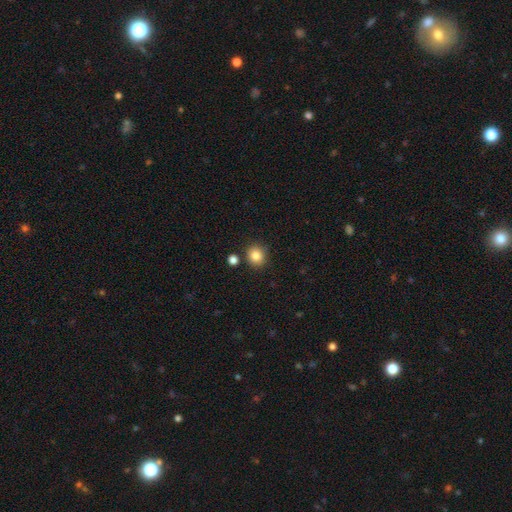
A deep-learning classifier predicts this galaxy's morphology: Q: Smooth or featured?
A: smooth (84%); runner-up: star or artifact (11%)
Q: How rounded?
A: round (88%); runner-up: in between (11%)
Q: Merging?
A: none (86%); runner-up: minor disturbance (7%)